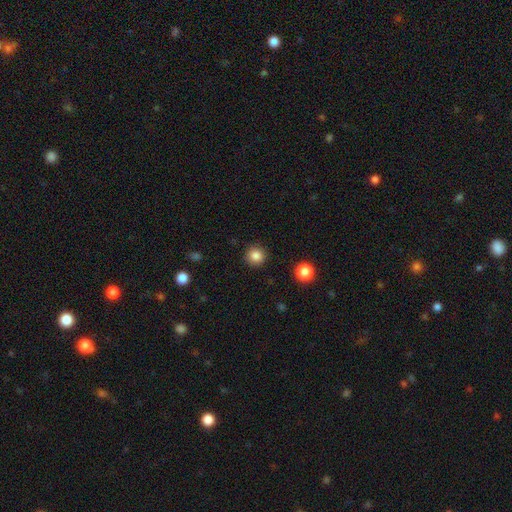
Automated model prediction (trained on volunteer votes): Smooth or featured: smooth — 84% (star or artifact — 11%)
How rounded: round — 94% (in between — 5%)
Merging: none — 91% (minor disturbance — 5%)